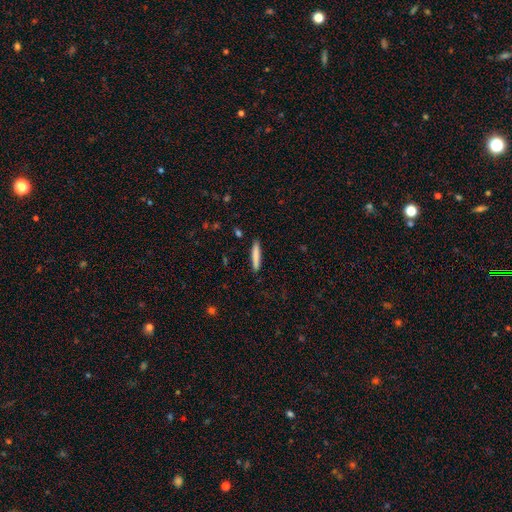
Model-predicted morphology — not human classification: Smooth or featured? Predicted: smooth (p=0.81). How rounded? Predicted: cigar-shaped (p=0.92). Merging? Predicted: none (p=0.89).